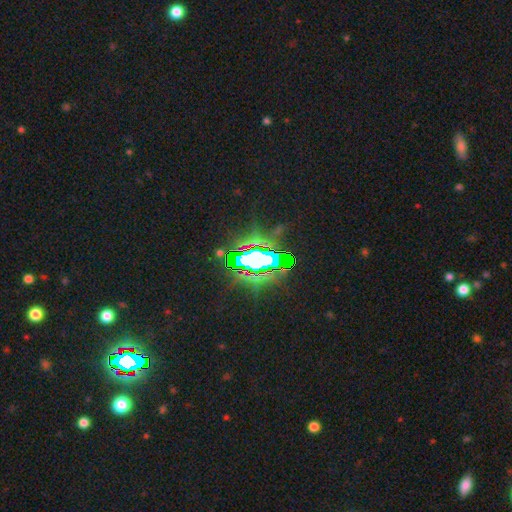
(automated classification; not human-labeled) smooth-or-featured: star or artifact: 72% | featured or disk: 14% | smooth: 14%